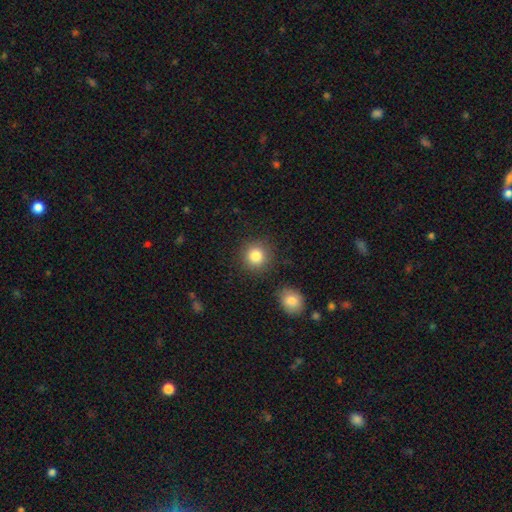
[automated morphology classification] Smooth or featured?
  - smooth: 84% *
  - star or artifact: 10%
  - featured or disk: 6%
How rounded?
  - round: 92% *
  - in between: 7%
  - cigar-shaped: 1%
Merging?
  - none: 86% *
  - minor disturbance: 7%
  - merger: 4%
  - major disturbance: 3%